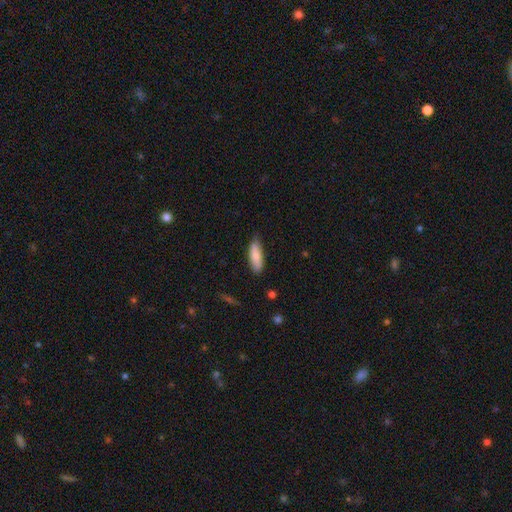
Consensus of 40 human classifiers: This is clearly a smooth galaxy (80%). How rounded: possibly cigar-shaped (59%). Merging: likely none (78%).